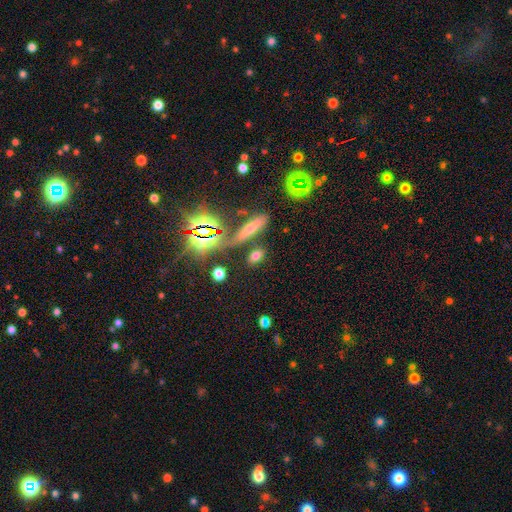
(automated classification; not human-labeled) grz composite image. It shows a smooth galaxy with no disk features (67%) that is in between round and cigar-shaped (66%). Merging: none (75%).